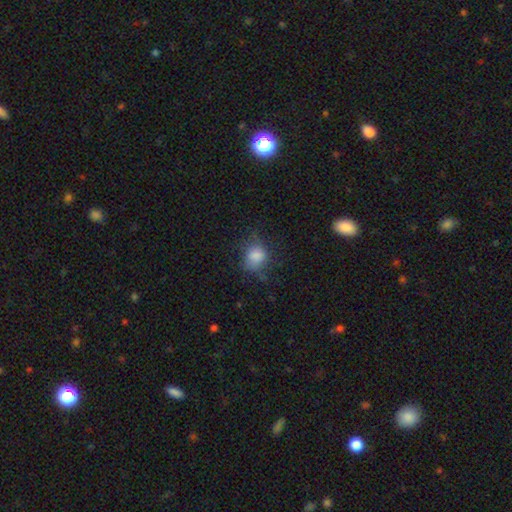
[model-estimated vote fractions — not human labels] Q: Smooth or featured?
A: smooth (80%); runner-up: star or artifact (11%)
Q: How rounded?
A: round (59%); runner-up: in between (40%)
Q: Merging?
A: none (54%); runner-up: minor disturbance (29%)